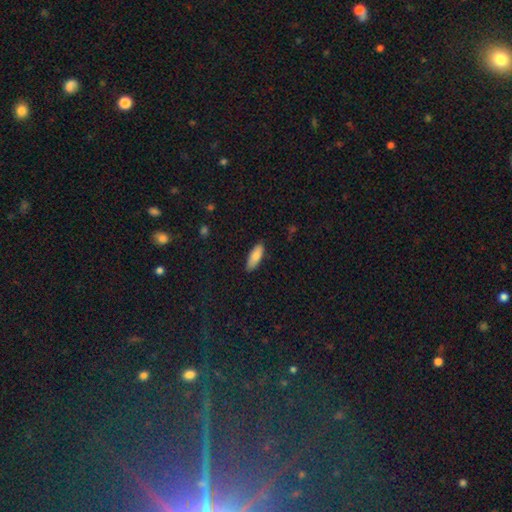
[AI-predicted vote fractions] Morphology: type=smooth (84%); roundness=in between (67%); merging=none (86%).